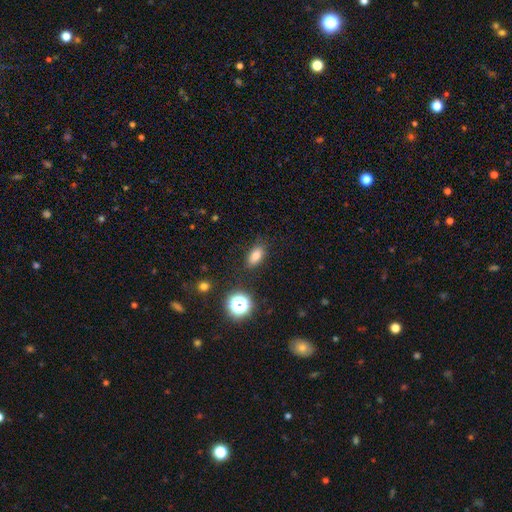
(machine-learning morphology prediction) Q: Smooth or featured?
A: smooth (79%); runner-up: star or artifact (14%)
Q: How rounded?
A: in between (83%); runner-up: round (11%)
Q: Merging?
A: none (83%); runner-up: minor disturbance (12%)